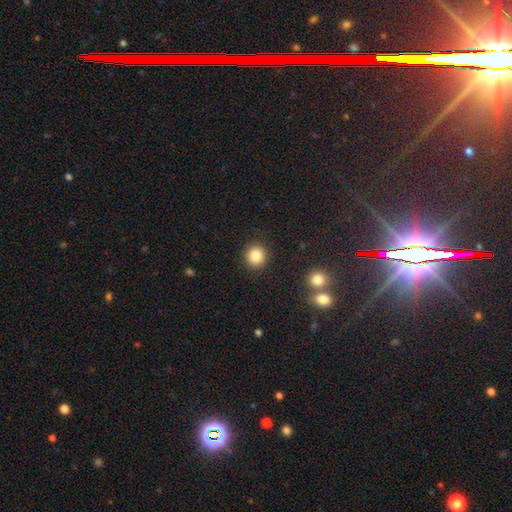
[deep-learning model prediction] smooth-or-featured: smooth: 84% | star or artifact: 11% | featured or disk: 5%
  how-rounded: round: 93% | in between: 6% | cigar-shaped: 1%
  merging: none: 91% | minor disturbance: 5% | major disturbance: 2% | merger: 2%